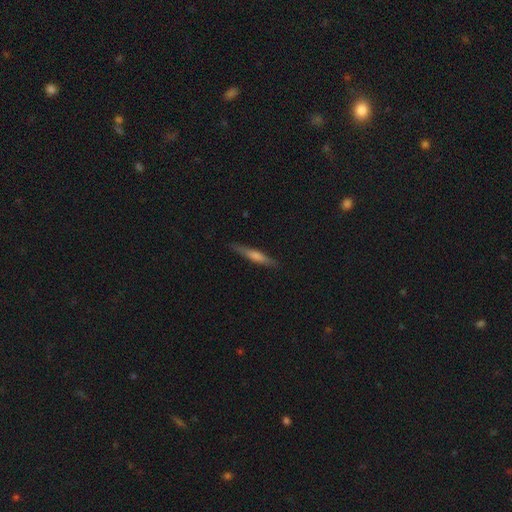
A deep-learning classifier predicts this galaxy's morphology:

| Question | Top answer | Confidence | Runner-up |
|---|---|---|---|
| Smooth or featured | featured or disk | 56% | smooth (36%) |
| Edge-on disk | yes | 95% | no (5%) |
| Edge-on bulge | rounded | 63% | none (22%) |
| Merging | none | 88% | minor disturbance (9%) |